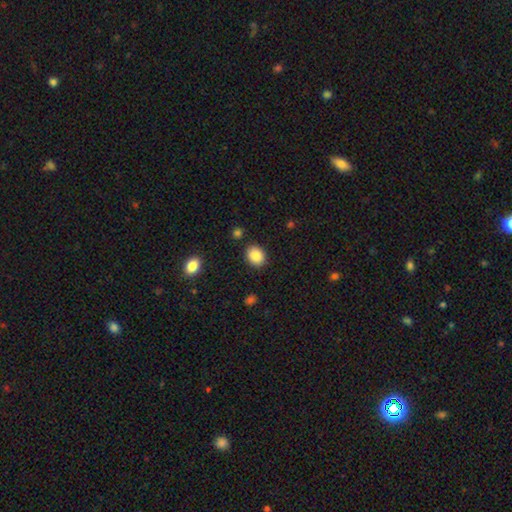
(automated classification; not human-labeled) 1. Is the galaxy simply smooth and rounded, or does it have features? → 88% smooth, 8% star or artifact, 4% featured or disk.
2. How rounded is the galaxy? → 50% round, 49% in between, 1% cigar-shaped.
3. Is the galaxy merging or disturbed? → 86% none, 9% minor disturbance, 3% major disturbance, 2% merger.